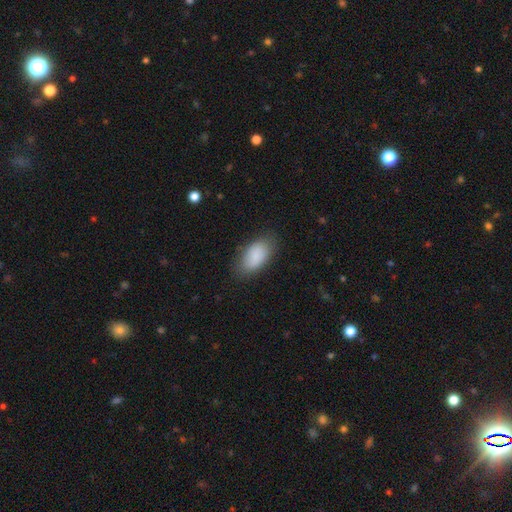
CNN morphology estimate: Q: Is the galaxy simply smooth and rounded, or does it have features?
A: smooth — 87%.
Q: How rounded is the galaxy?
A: in between — 93%.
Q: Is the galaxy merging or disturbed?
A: none — 80%.